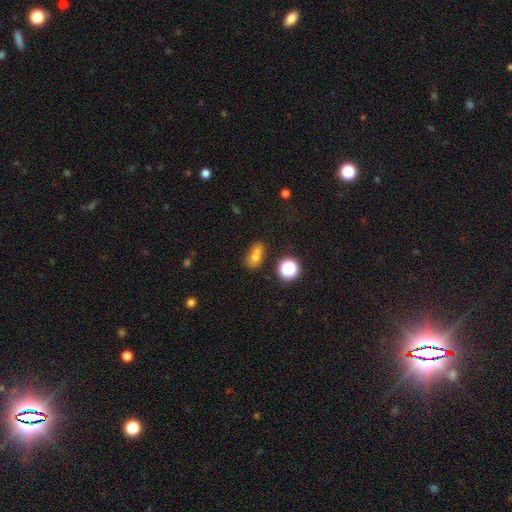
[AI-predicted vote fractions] Q: Smooth or featured?
A: smooth (67%); runner-up: star or artifact (19%)
Q: How rounded?
A: in between (54%); runner-up: round (41%)
Q: Merging?
A: merger (46%); runner-up: none (36%)